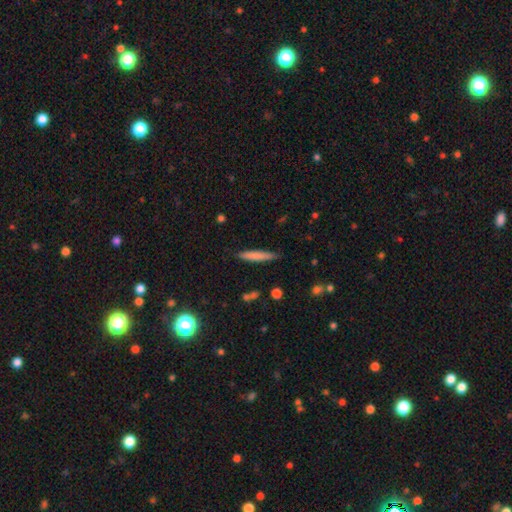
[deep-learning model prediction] Morphology: type=smooth (75%); roundness=cigar-shaped (93%); merging=none (85%).